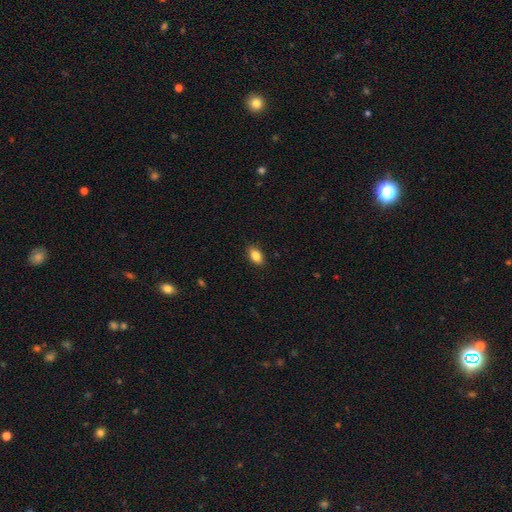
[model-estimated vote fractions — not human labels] This is clearly a smooth galaxy (86%). How rounded: clearly in between (89%). Merging: clearly none (87%).